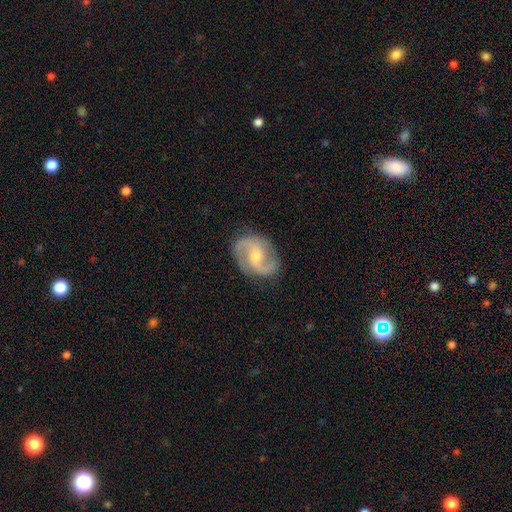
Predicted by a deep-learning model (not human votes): The model was most divided on "bulge size": small: 48%, moderate: 47%, none: 2%, large: 2%, dominant: 1%. Remaining: edge-on disk — no (98%); spiral arms — yes (97%); spiral arm count — 2 (93%); smooth or featured — featured or disk (89%); merging — none (83%); spiral winding — medium (58%); bar — weak (47%).